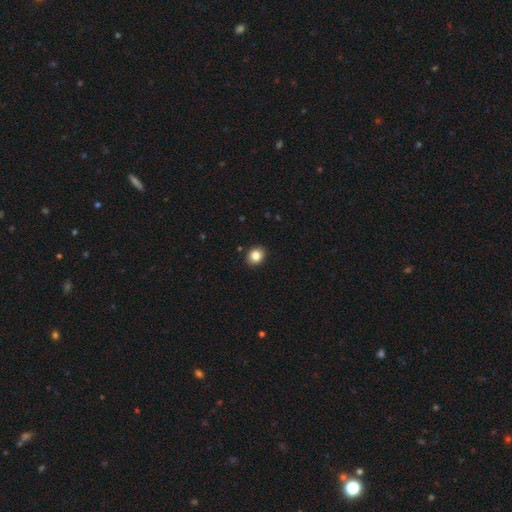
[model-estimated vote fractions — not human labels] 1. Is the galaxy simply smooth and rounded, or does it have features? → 84% smooth, 10% star or artifact, 6% featured or disk.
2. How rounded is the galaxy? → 59% round, 41% in between, 1% cigar-shaped.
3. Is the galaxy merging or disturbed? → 91% none, 7% minor disturbance, 2% major disturbance, 1% merger.